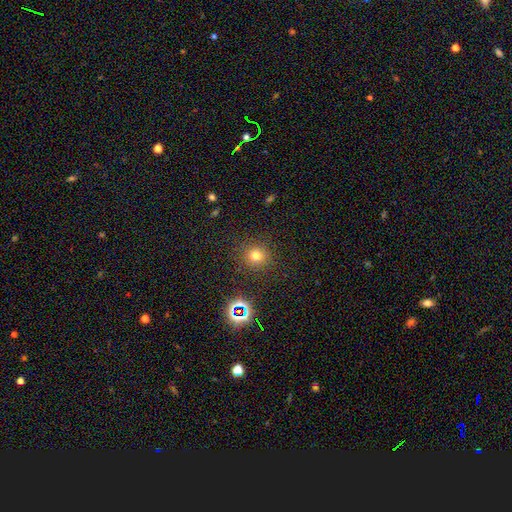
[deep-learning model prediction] smooth 71%, star or artifact 22%, featured or disk 7%. Down the decision tree: how rounded — round (93%); merging — none (89%).